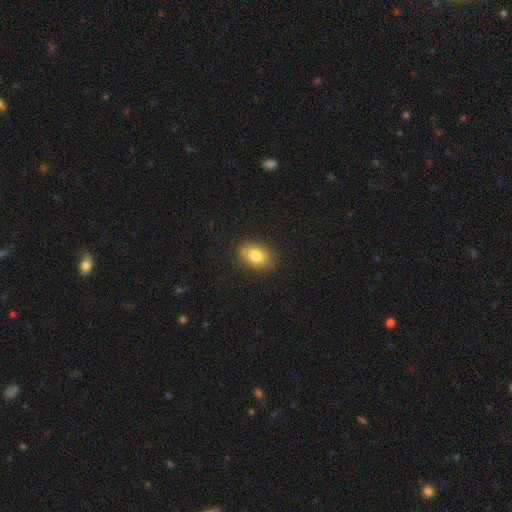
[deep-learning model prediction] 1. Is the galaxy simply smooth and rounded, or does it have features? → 79% smooth, 12% featured or disk, 9% star or artifact.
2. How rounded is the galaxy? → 80% in between, 18% round, 2% cigar-shaped.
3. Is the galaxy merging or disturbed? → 78% none, 16% minor disturbance, 3% major disturbance, 2% merger.